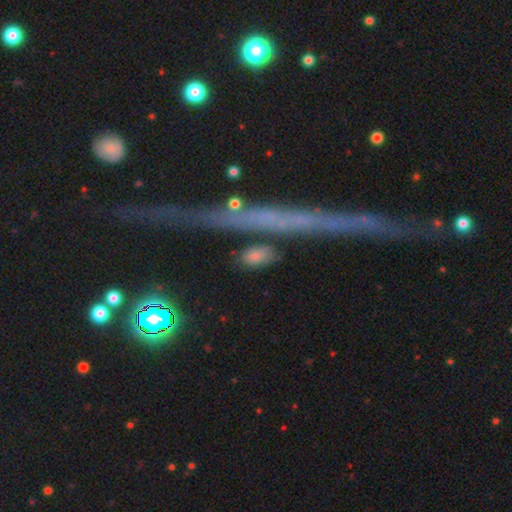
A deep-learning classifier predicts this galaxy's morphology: The model was most divided on "how rounded": in between: 57%, cigar-shaped: 24%, round: 19%. More confident: merging — none (75%); smooth or featured — smooth (66%).